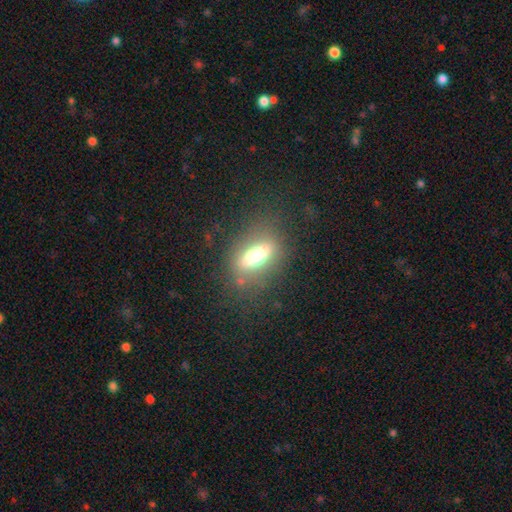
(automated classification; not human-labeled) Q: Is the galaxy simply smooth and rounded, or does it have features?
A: smooth — 52%.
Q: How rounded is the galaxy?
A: in between — 67%.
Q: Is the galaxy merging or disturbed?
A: none — 76%.